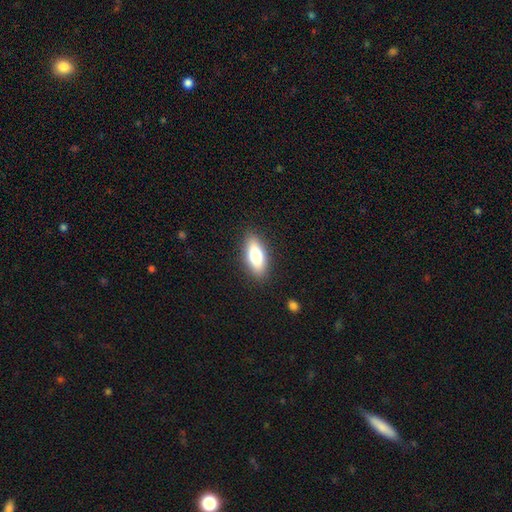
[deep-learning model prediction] Smooth or featured?
  - smooth: 71% *
  - featured or disk: 21%
  - star or artifact: 7%
How rounded?
  - in between: 71% *
  - cigar-shaped: 26%
  - round: 3%
Merging?
  - none: 87% *
  - minor disturbance: 9%
  - major disturbance: 2%
  - merger: 1%